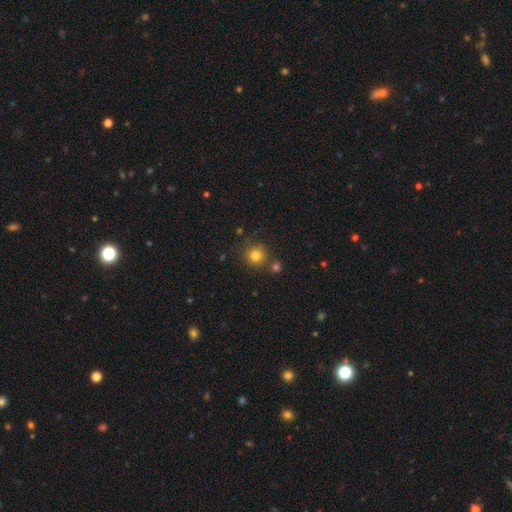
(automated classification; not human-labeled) smooth_or_featured: smooth (p=0.81) [alt: star or artifact p=0.13]
how_rounded: round (p=0.92) [alt: in between p=0.07]
merging: none (p=0.77) [alt: merger p=0.10]